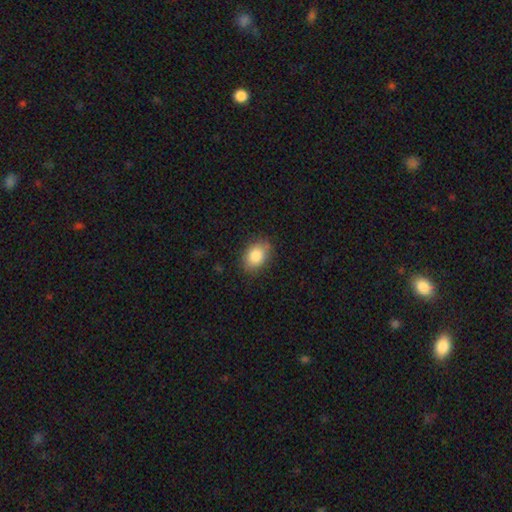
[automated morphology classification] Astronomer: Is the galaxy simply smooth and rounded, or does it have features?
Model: smooth — 85%.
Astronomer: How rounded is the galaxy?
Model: in between — 81%.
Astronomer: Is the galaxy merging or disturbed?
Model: none — 82%.